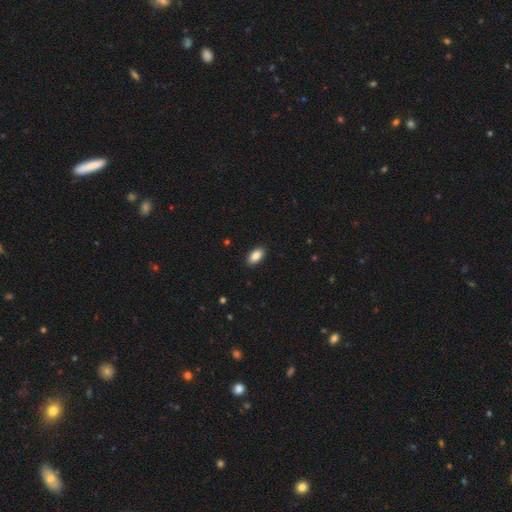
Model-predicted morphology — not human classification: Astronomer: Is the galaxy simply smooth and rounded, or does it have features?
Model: smooth — 87%.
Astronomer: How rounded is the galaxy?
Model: in between — 93%.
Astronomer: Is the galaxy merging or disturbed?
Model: none — 90%.